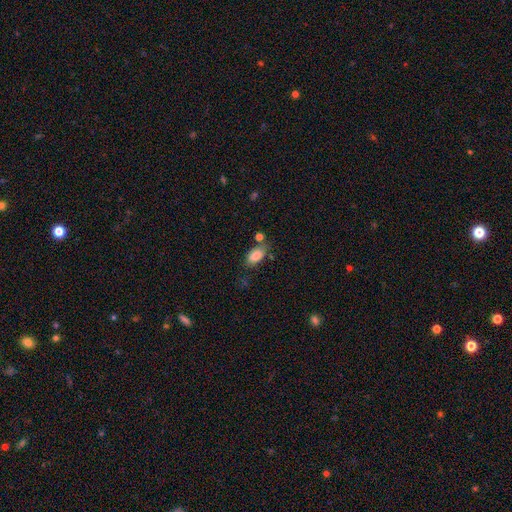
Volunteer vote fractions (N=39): Overall: smooth (82%). How rounded: in between (84%). Merging: none (49%; merger 29%).